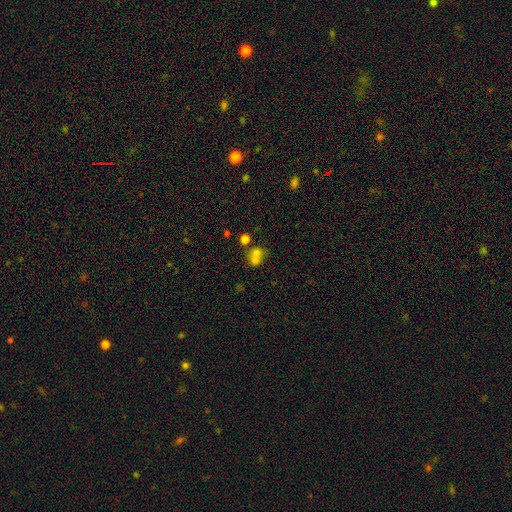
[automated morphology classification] Smooth or featured? smooth (66%)
How rounded? round (66%)
Merging? merger (57%)